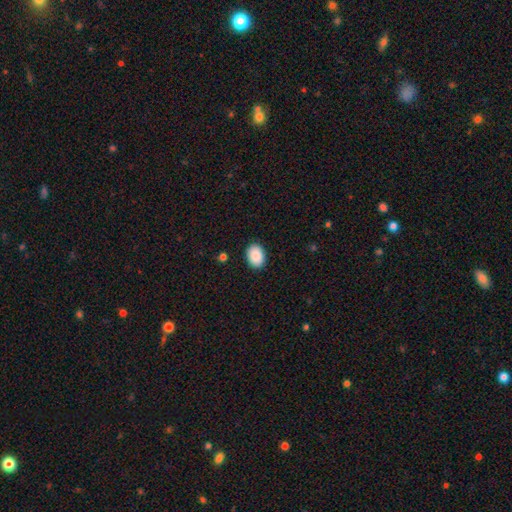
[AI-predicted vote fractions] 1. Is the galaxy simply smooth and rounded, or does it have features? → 89% smooth, 7% star or artifact, 4% featured or disk.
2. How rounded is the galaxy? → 79% in between, 20% round, 1% cigar-shaped.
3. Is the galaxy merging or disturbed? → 90% none, 8% minor disturbance, 2% major disturbance, 1% merger.